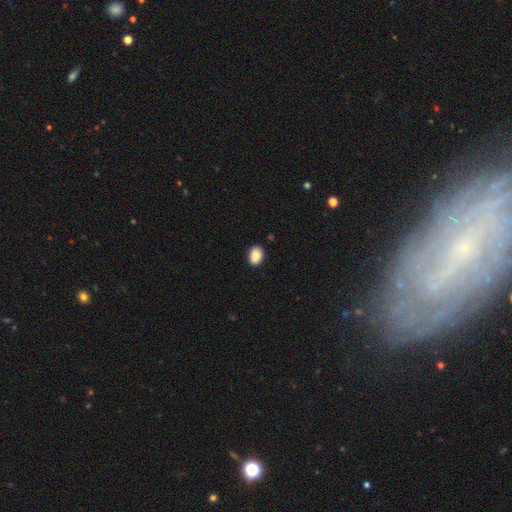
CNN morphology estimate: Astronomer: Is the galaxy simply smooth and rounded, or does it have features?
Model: smooth — 88%.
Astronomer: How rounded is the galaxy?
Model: in between — 72%.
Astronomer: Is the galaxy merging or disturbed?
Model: none — 89%.